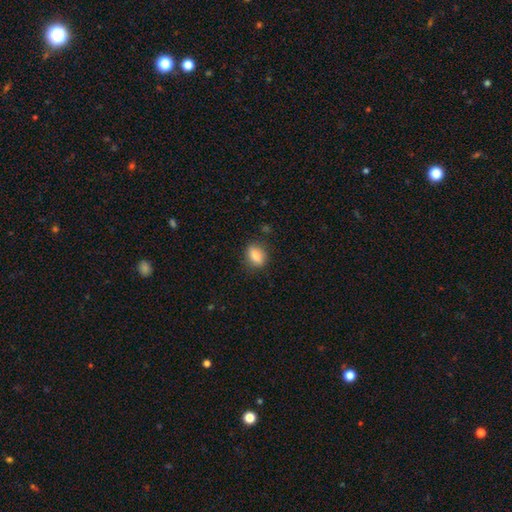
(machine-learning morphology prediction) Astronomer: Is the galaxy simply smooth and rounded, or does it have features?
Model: smooth — 81%.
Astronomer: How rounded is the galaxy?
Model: in between — 67%.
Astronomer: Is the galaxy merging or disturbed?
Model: none — 83%.